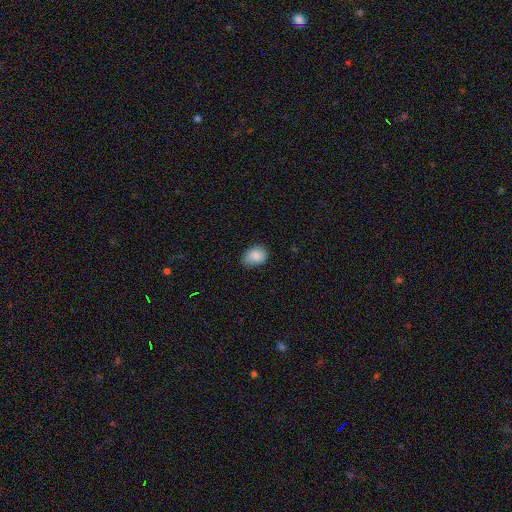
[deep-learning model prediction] Smooth or featured: smooth — 85% (star or artifact — 8%)
How rounded: in between — 62% (round — 37%)
Merging: none — 67% (minor disturbance — 27%)